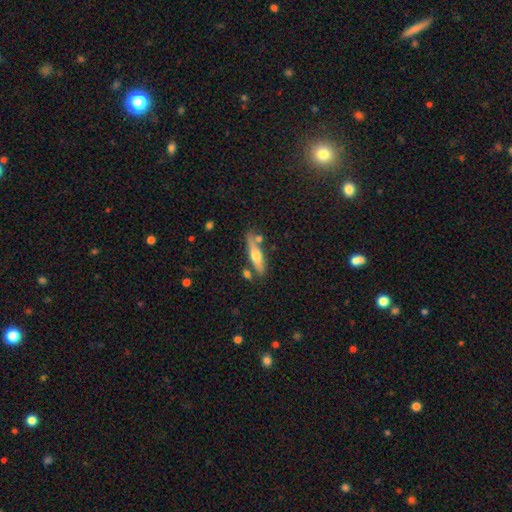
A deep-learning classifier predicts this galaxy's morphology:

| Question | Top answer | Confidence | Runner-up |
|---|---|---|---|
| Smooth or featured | smooth | 50% | featured or disk (44%) |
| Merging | none | 70% | minor disturbance (15%) |